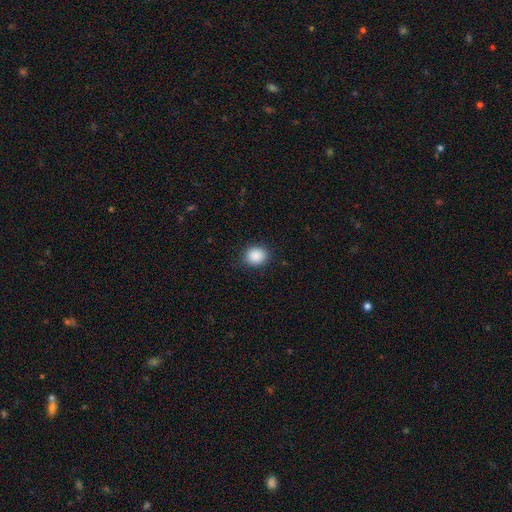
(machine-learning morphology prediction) This is clearly a smooth galaxy (89%). How rounded: likely round (66%). Merging: clearly none (87%).